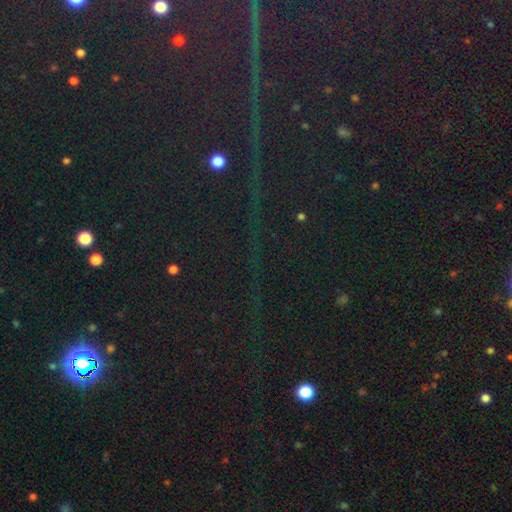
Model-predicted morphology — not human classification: A star or artifact, not a galaxy (86%).